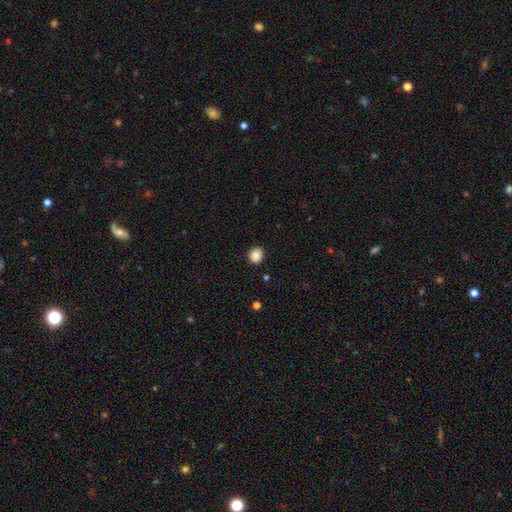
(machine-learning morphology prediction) smooth 87%, star or artifact 9%, featured or disk 4%. Down the decision tree: how rounded — round (73%); merging — none (82%).